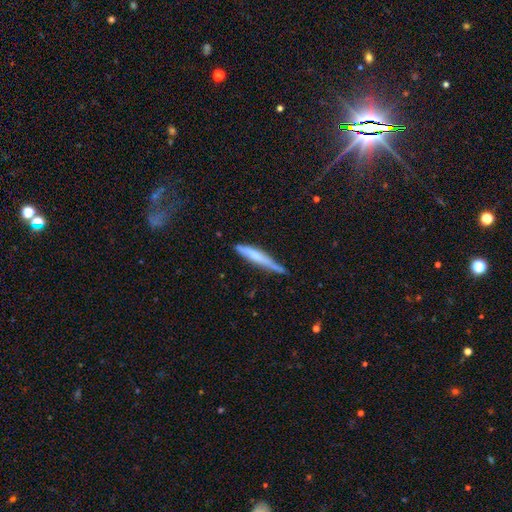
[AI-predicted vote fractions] smooth_or_featured: smooth (p=0.59) [alt: featured or disk p=0.34]
how_rounded: cigar-shaped (p=0.94) [alt: in between p=0.05]
merging: none (p=0.59) [alt: minor disturbance p=0.31]